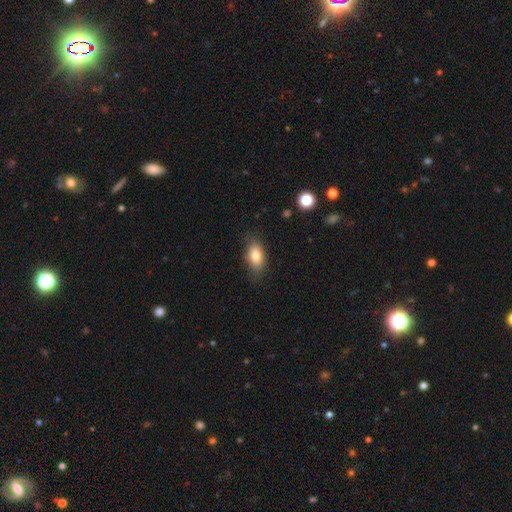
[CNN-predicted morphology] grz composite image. It shows a smooth galaxy with no disk features (81%) that is in between round and cigar-shaped (87%). Merging: none (77%).